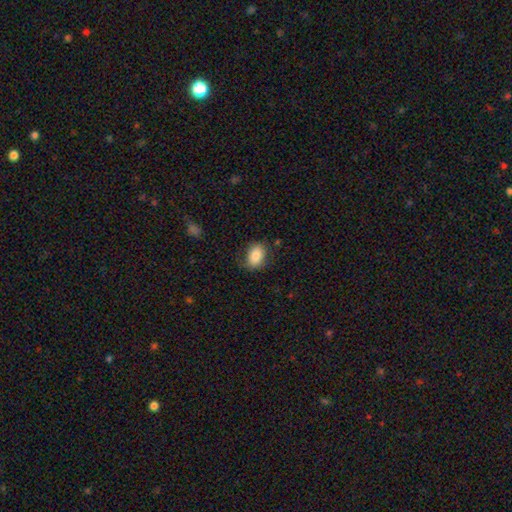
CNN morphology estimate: Smooth or featured?
  - smooth: 84% *
  - featured or disk: 8%
  - star or artifact: 8%
How rounded?
  - in between: 81% *
  - round: 17%
  - cigar-shaped: 1%
Merging?
  - none: 75% *
  - minor disturbance: 18%
  - major disturbance: 5%
  - merger: 2%